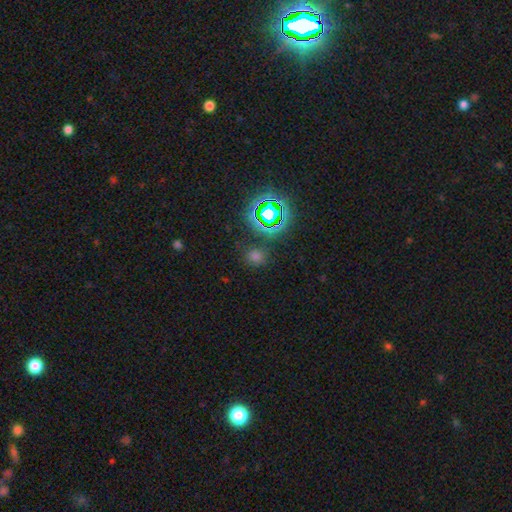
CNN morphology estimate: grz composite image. It shows a smooth galaxy with no disk features (50%) that is round (74%). Merging: none (81%).